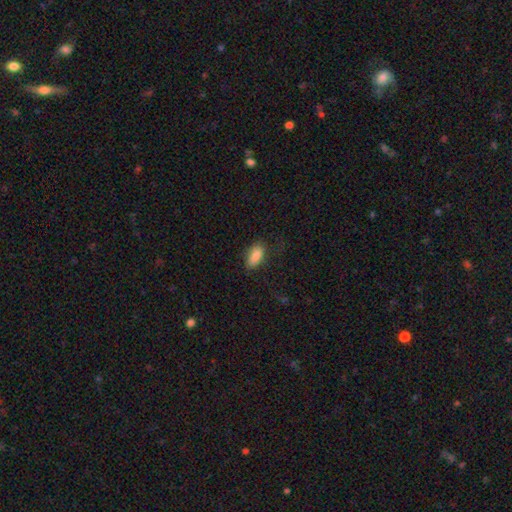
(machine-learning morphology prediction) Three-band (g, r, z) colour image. It shows a smooth galaxy with no disk features (85%) that is in between round and cigar-shaped (90%). Merging: none (66%).